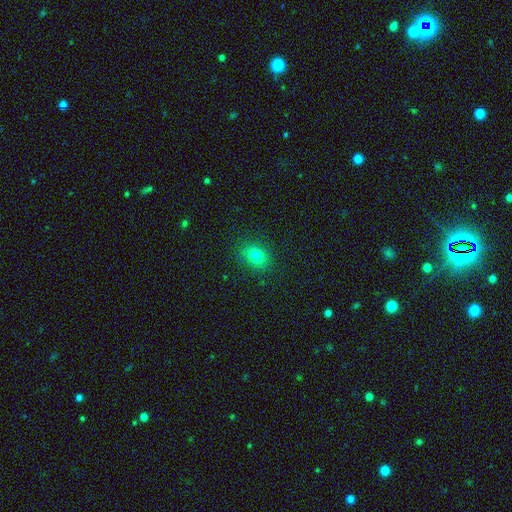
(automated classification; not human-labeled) Smooth or featured? smooth (80%)
How rounded? in between (57%)
Merging? none (86%)